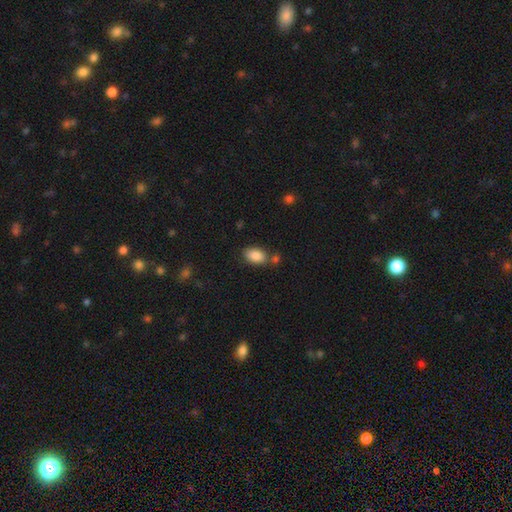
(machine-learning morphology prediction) Overall: smooth (87%). How rounded: in between (92%). Merging: none (67%).